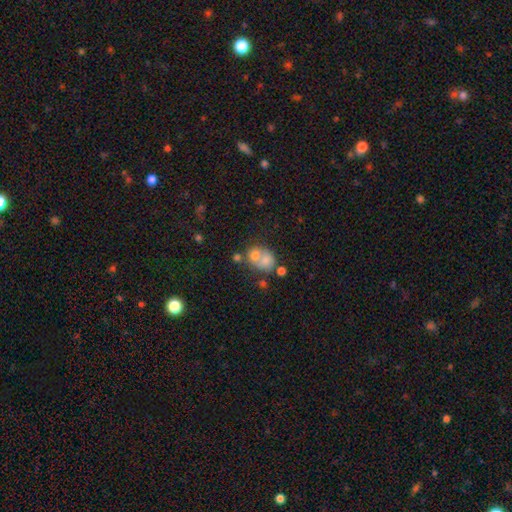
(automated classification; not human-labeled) This is likely a smooth galaxy (64%). How rounded: possibly round (59%). Merging: possibly merger (53%).